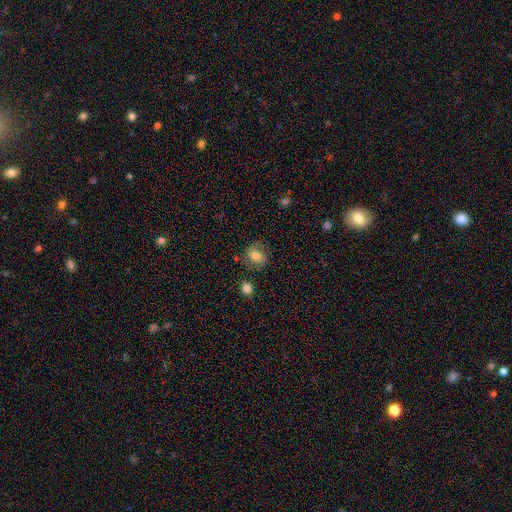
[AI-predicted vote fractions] Smooth or featured? Predicted: smooth (p=0.69). How rounded? Predicted: round (p=0.69). Merging? Predicted: none (p=0.73).